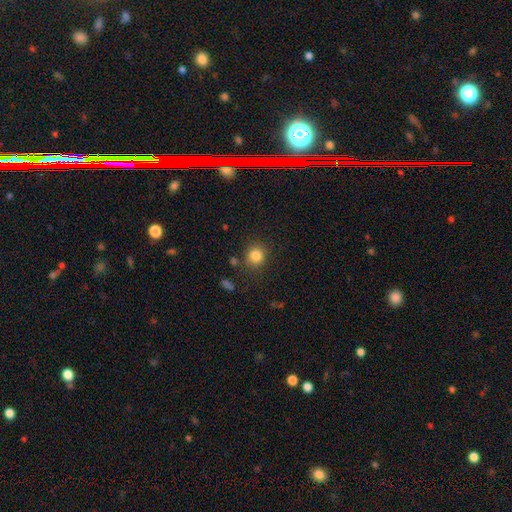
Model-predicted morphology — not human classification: The model was most divided on "smooth or featured": smooth: 84%, star or artifact: 11%, featured or disk: 5%. More confident: how rounded — round (86%); merging — none (82%).